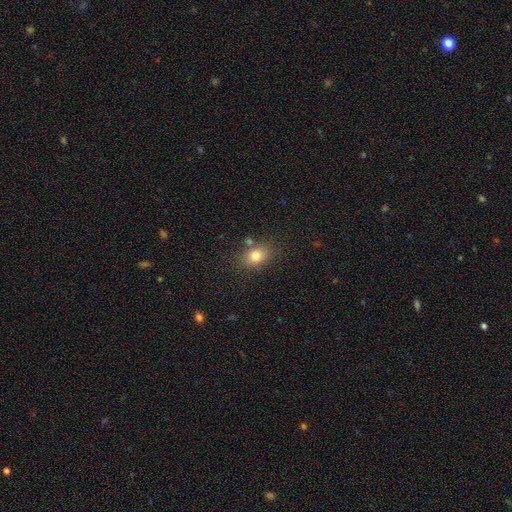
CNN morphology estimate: The model was most divided on "how rounded": in between: 66%, round: 33%, cigar-shaped: 1%. More confident: smooth or featured — smooth (79%); merging — none (74%).